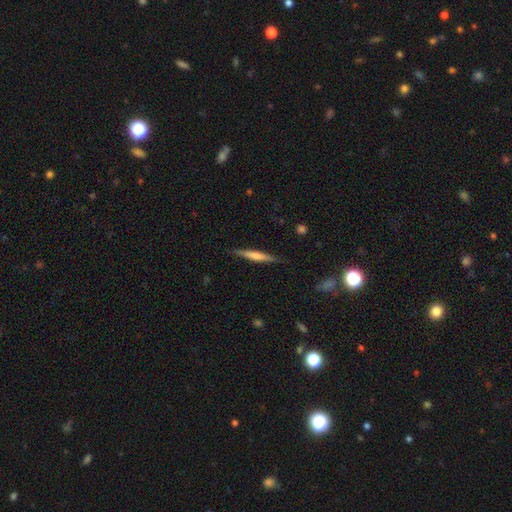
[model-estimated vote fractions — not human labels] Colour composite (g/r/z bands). It shows a featured or disk galaxy (49%). Merging: none (87%).